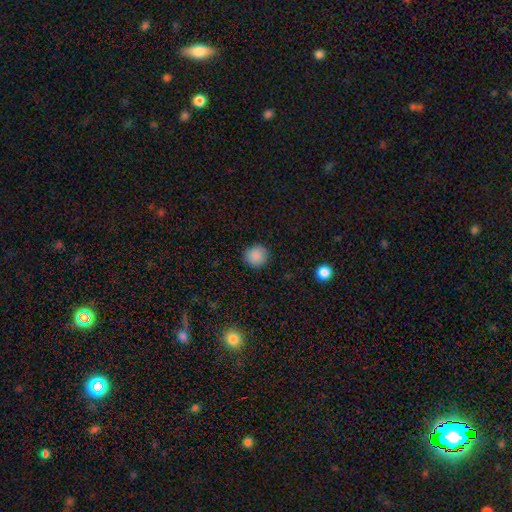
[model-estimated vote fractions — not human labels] smooth-or-featured: smooth: 87% | star or artifact: 9% | featured or disk: 4%
  how-rounded: round: 92% | in between: 7% | cigar-shaped: 1%
  merging: none: 89% | minor disturbance: 7% | major disturbance: 2% | merger: 1%